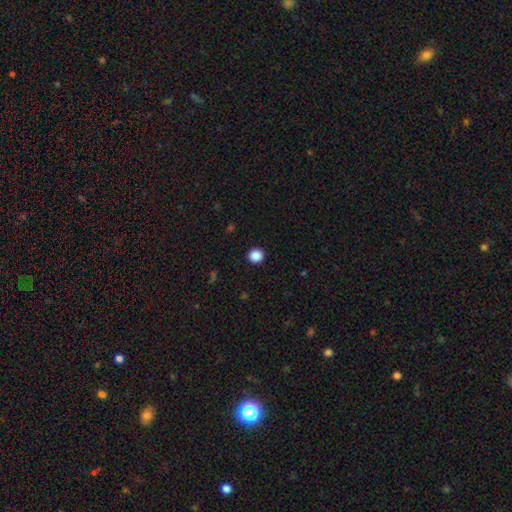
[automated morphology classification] A smooth galaxy with no disk features (88%) that is round (91%). Merging: none (93%).